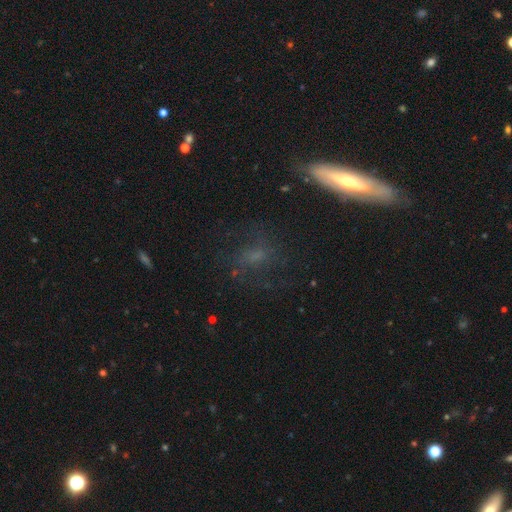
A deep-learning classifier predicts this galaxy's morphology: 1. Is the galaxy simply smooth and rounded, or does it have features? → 44% featured or disk, 38% smooth, 19% star or artifact.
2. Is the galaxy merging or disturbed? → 69% none, 17% minor disturbance, 11% major disturbance, 3% merger.